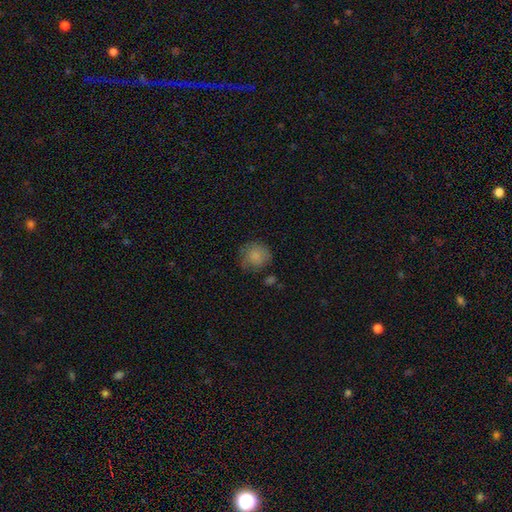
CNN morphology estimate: A smooth galaxy with no disk features (82%) that is round (87%).

Vote fractions:
- Smooth or featured? smooth: 82% / featured or disk: 10% / star or artifact: 8%
- How rounded? round: 87% / in between: 12% / cigar-shaped: 1%
- Merging? none: 68% / minor disturbance: 21% / major disturbance: 7% / merger: 3%